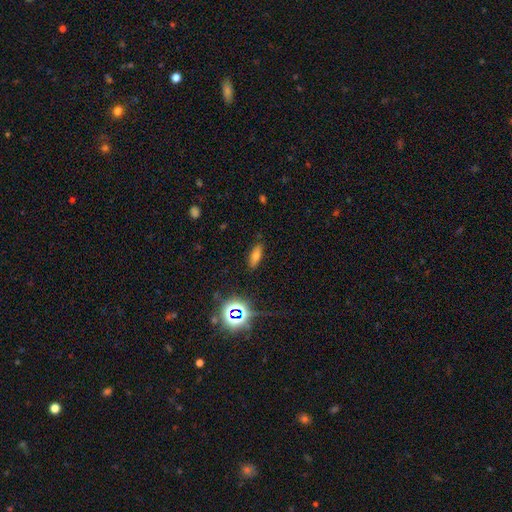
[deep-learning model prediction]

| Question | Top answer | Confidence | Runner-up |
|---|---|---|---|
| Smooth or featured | smooth | 66% | star or artifact (19%) |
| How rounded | in between | 65% | cigar-shaped (30%) |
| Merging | none | 86% | minor disturbance (10%) |